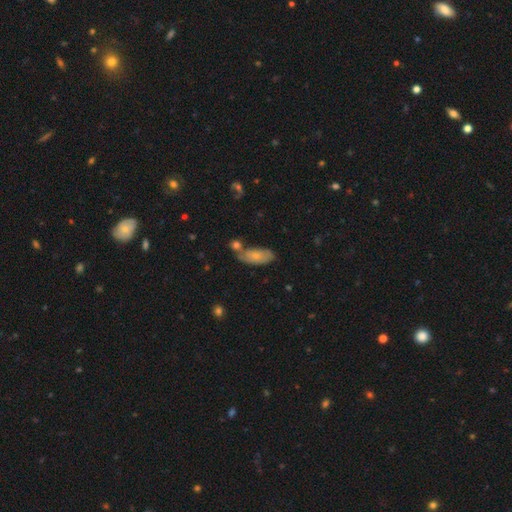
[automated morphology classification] Smooth or featured?
  - smooth: 72% *
  - featured or disk: 21%
  - star or artifact: 7%
How rounded?
  - in between: 86% *
  - cigar-shaped: 11%
  - round: 3%
Merging?
  - none: 51% *
  - merger: 22%
  - minor disturbance: 21%
  - major disturbance: 6%